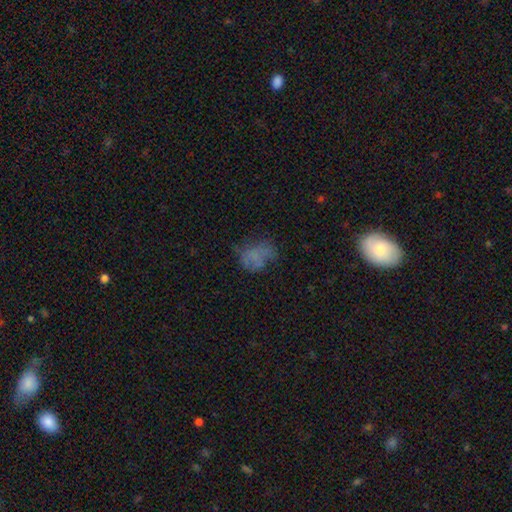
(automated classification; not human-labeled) Overall: smooth (54%; featured or disk 29%). How rounded: in between (64%; round 34%). Merging: none (44%; minor disturbance 26%).